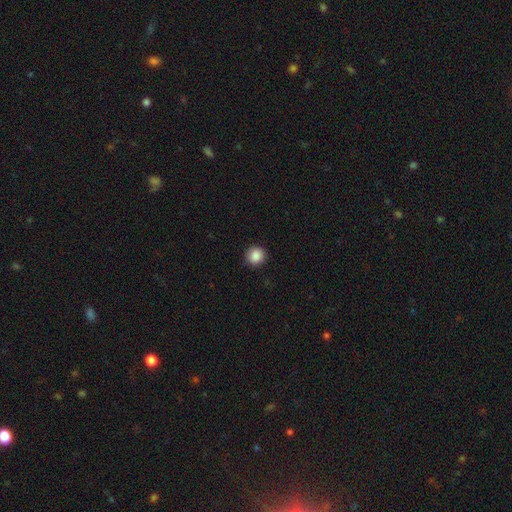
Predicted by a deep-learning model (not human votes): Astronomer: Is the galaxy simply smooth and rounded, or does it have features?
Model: smooth — 88%.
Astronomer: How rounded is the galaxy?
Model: round — 93%.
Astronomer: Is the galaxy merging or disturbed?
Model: none — 91%.